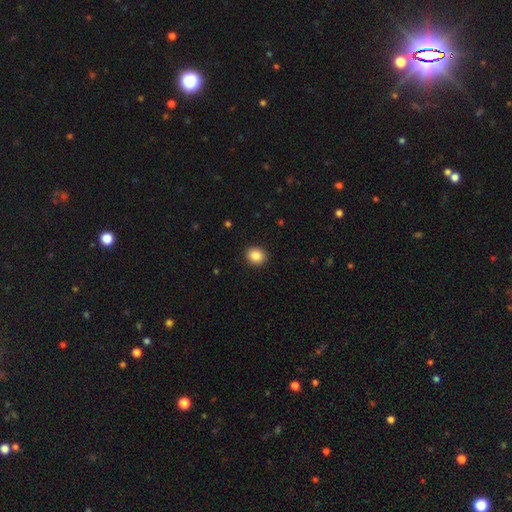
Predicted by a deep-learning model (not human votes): Smooth or featured? smooth (88%)
How rounded? round (71%)
Merging? none (91%)